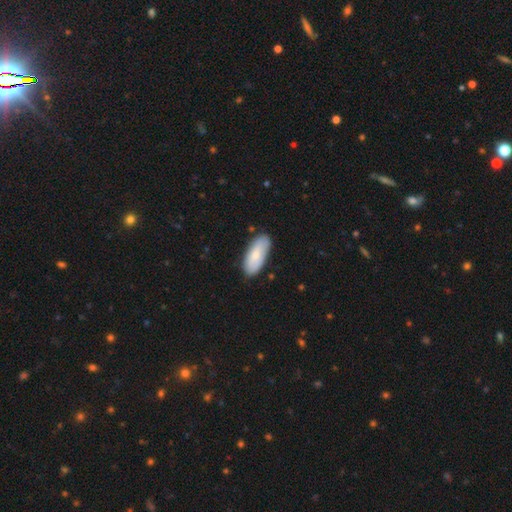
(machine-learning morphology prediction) This appears to be a smooth galaxy with no disk features (78%) that is in between round and cigar-shaped (85%). Merging: none (82%).